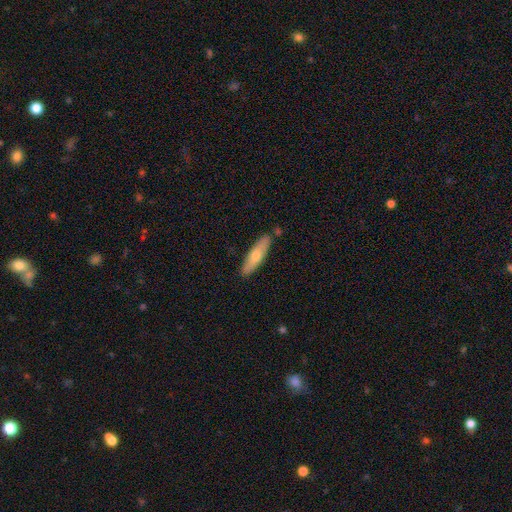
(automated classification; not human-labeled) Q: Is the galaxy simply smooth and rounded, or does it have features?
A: smooth — 63%.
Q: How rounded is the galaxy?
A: cigar-shaped — 70%.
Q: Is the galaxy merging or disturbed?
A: none — 85%.